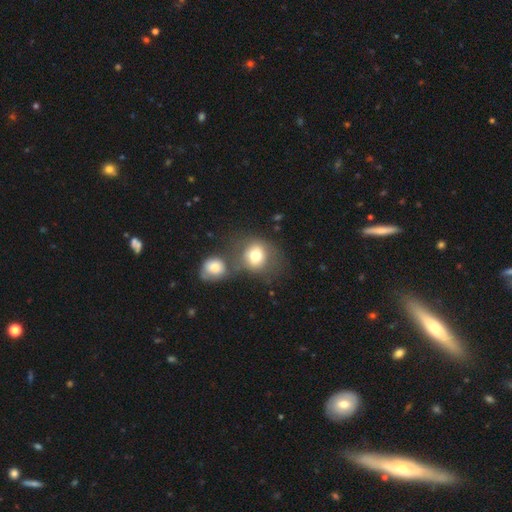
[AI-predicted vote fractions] Smooth or featured?
  - smooth: 74% *
  - featured or disk: 17%
  - star or artifact: 9%
How rounded?
  - round: 74% *
  - in between: 25%
  - cigar-shaped: 1%
Merging?
  - none: 41% *
  - merger: 39%
  - minor disturbance: 13%
  - major disturbance: 8%